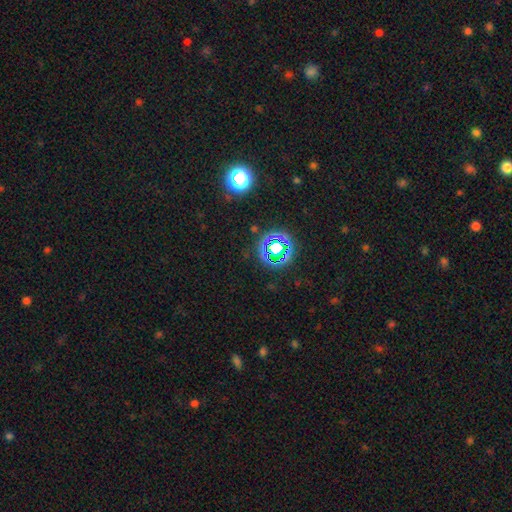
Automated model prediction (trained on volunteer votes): A star or artifact, not a galaxy (71%).

Vote fractions:
- Smooth or featured? star or artifact: 71% / smooth: 22% / featured or disk: 7%